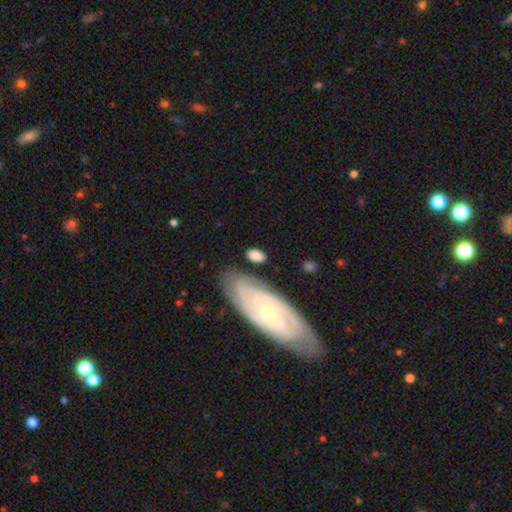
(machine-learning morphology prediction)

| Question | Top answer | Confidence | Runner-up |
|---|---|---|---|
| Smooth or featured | smooth | 77% | featured or disk (17%) |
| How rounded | in between | 89% | round (7%) |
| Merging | none | 74% | minor disturbance (15%) |